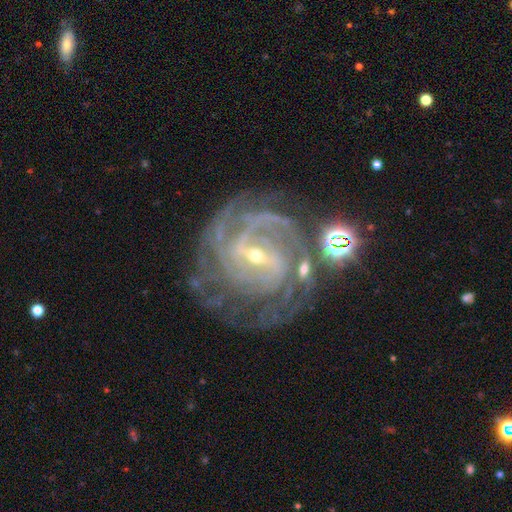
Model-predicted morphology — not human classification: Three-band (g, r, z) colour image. It shows a featured or disk galaxy (91%) with a weak bar (46%), 4 (27%) tight (67%) spiral arms (98%) and a small central bulge (71%). Merging: none (67%).